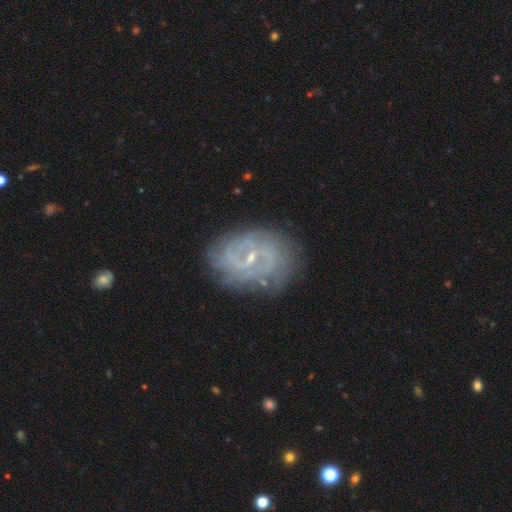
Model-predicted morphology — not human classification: smooth-or-featured: featured or disk: 75% | smooth: 13% | star or artifact: 12%
  disk-edge-on: no: 97% | yes: 3%
    bar: weak: 44% | no: 43% | strong: 13%
    has-spiral-arms: yes: 90% | no: 10%
      spiral-winding: tight: 63% | medium: 28% | loose: 9%
      spiral-arm-count: can't tell: 38% | 2: 27% | 3: 12% | 4: 9% | more than 4: 8% | 1: 7%
    bulge-size: small: 76% | moderate: 19% | none: 4% | large: 1% | dominant: 1%
  merging: none: 80% | minor disturbance: 13% | major disturbance: 5% | merger: 2%